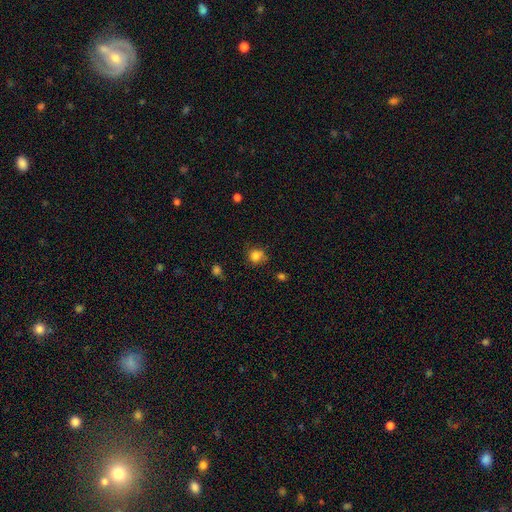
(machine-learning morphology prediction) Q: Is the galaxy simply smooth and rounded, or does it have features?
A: smooth — 81%.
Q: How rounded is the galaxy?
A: round — 81%.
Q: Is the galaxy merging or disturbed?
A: none — 65%.